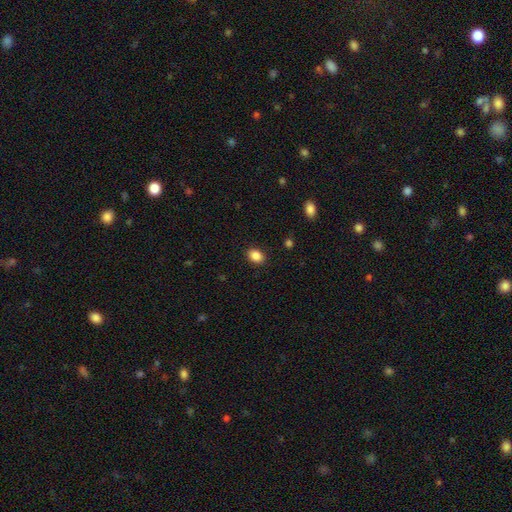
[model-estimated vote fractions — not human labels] Smooth or featured? smooth (88%)
How rounded? in between (69%)
Merging? none (89%)